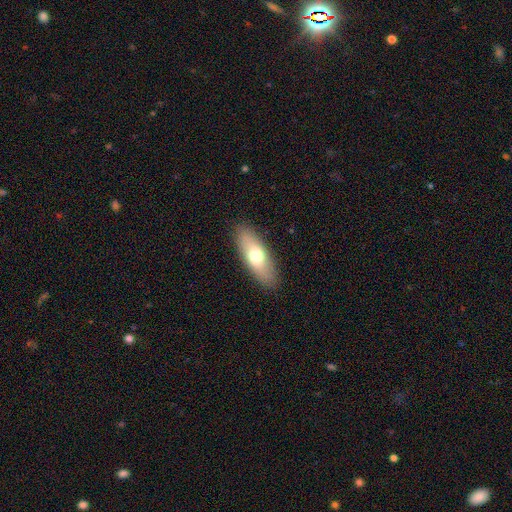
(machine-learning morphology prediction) Smooth or featured?
  - smooth: 67% *
  - featured or disk: 27%
  - star or artifact: 6%
How rounded?
  - in between: 63% *
  - cigar-shaped: 35%
  - round: 3%
Merging?
  - none: 88% *
  - minor disturbance: 8%
  - major disturbance: 2%
  - merger: 1%